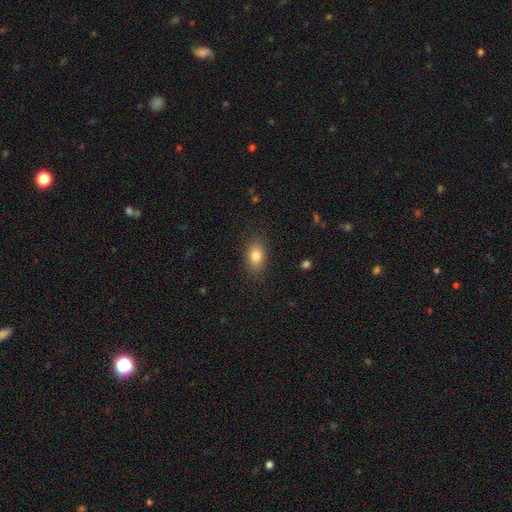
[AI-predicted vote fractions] smooth_or_featured: smooth (p=0.83) [alt: star or artifact p=0.09]
how_rounded: in between (p=0.85) [alt: round p=0.13]
merging: none (p=0.86) [alt: minor disturbance p=0.10]